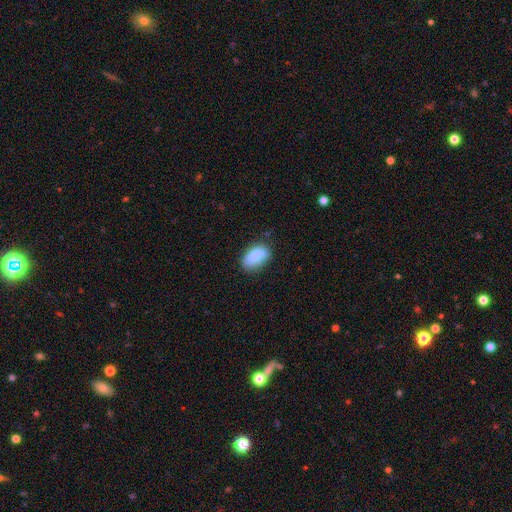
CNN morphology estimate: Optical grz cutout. It shows a smooth galaxy with no disk features (85%) that is in between round and cigar-shaped (92%). Merging: none (74%).